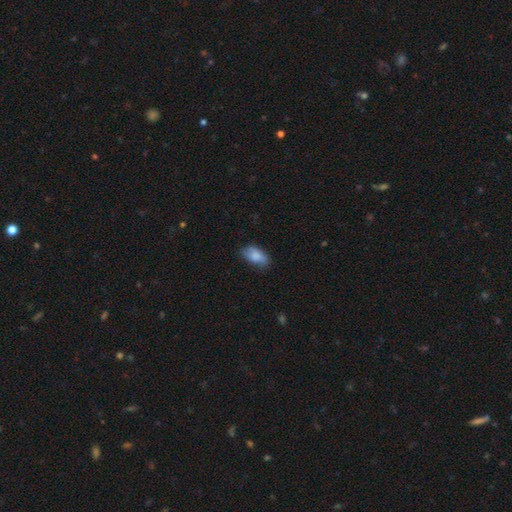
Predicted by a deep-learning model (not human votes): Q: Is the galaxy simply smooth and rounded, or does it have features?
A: smooth — 84%.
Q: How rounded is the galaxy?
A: in between — 92%.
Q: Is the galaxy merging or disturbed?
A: none — 70%.